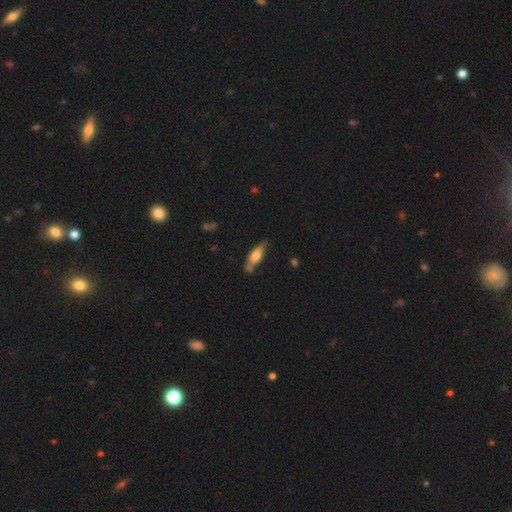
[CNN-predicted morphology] smooth_or_featured: smooth (p=0.56) [alt: featured or disk p=0.38]
how_rounded: cigar-shaped (p=0.49) [tied with: in between p=0.49]
merging: none (p=0.63) [alt: minor disturbance p=0.23]